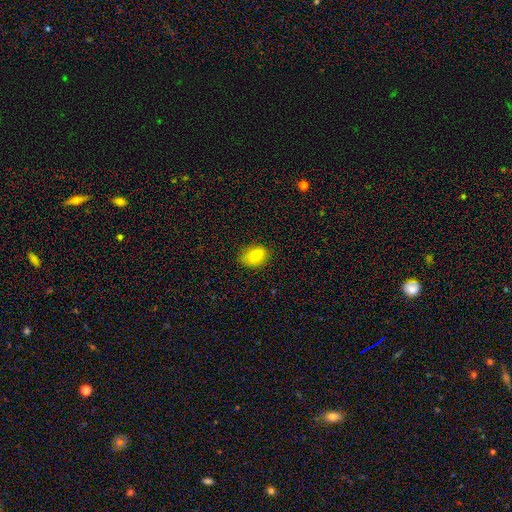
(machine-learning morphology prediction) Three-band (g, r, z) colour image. It shows a smooth galaxy with no disk features (84%) that is in between round and cigar-shaped (80%). Merging: none (81%).